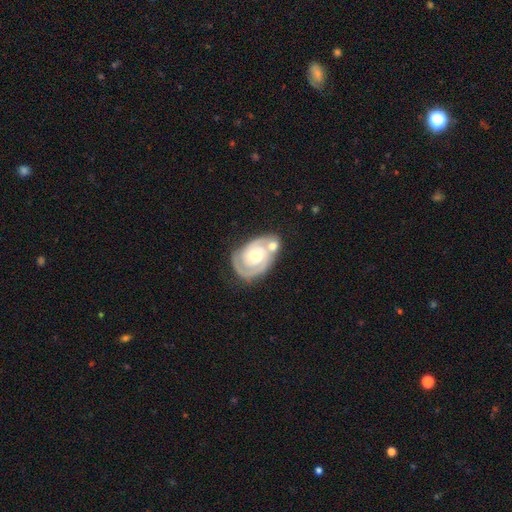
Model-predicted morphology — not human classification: Smooth or featured?
  - featured or disk: 83% *
  - smooth: 13%
  - star or artifact: 5%
Edge-on disk?
  - no: 97% *
  - yes: 3%
Bar?
  - no: 63% *
  - weak: 30%
  - strong: 7%
Spiral arms?
  - yes: 94% *
  - no: 6%
Spiral winding?
  - tight: 65% *
  - medium: 29%
  - loose: 6%
Spiral arm count?
  - 2: 65% *
  - can't tell: 13%
  - 1: 12%
  - 3: 7%
  - 4: 2%
  - more than 4: 2%
Bulge size?
  - moderate: 62% *
  - small: 28%
  - large: 7%
  - none: 2%
  - dominant: 1%
Merging?
  - none: 48% *
  - merger: 28%
  - minor disturbance: 17%
  - major disturbance: 7%